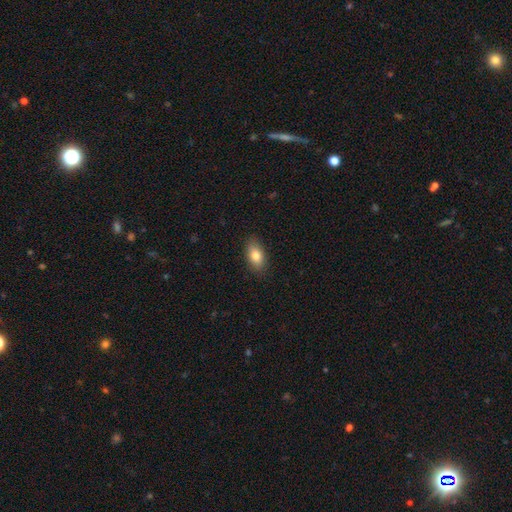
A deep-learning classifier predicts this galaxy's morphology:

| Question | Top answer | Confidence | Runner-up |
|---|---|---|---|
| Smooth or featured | smooth | 82% | featured or disk (11%) |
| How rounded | in between | 90% | round (6%) |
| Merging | none | 87% | minor disturbance (10%) |